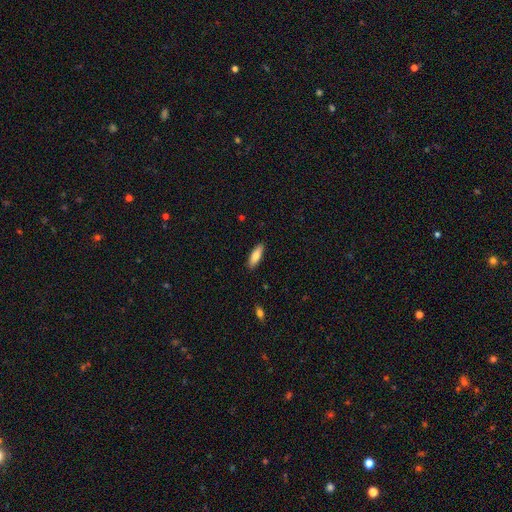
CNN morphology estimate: smooth_or_featured: smooth (p=0.78) [alt: featured or disk p=0.16]
how_rounded: in between (p=0.56) [alt: cigar-shaped p=0.42]
merging: none (p=0.89) [alt: minor disturbance p=0.08]